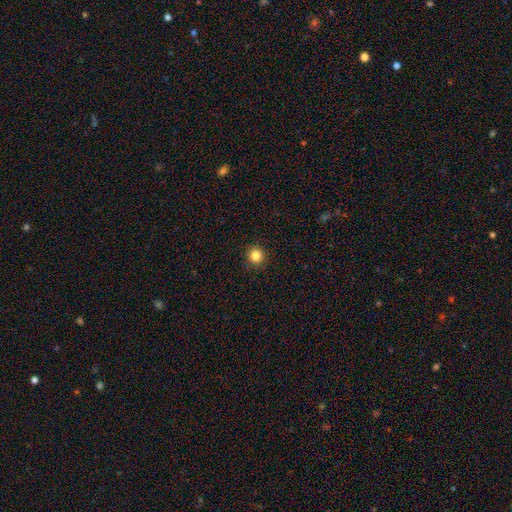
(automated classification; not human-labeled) Q: Smooth or featured?
A: smooth (84%); runner-up: star or artifact (12%)
Q: How rounded?
A: round (95%); runner-up: in between (4%)
Q: Merging?
A: none (92%); runner-up: minor disturbance (6%)